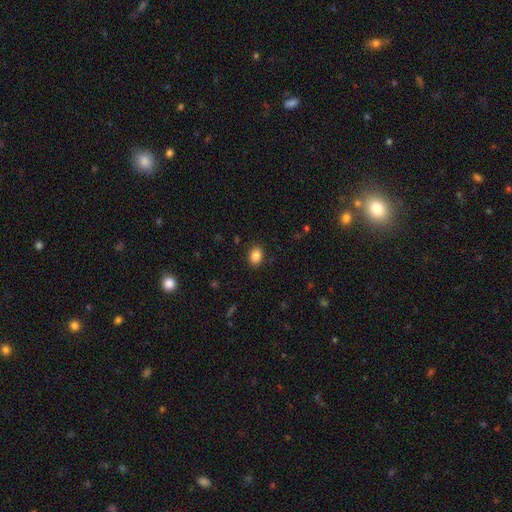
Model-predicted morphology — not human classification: Overall: smooth (87%). How rounded: in between (68%; round 31%). Merging: none (89%).